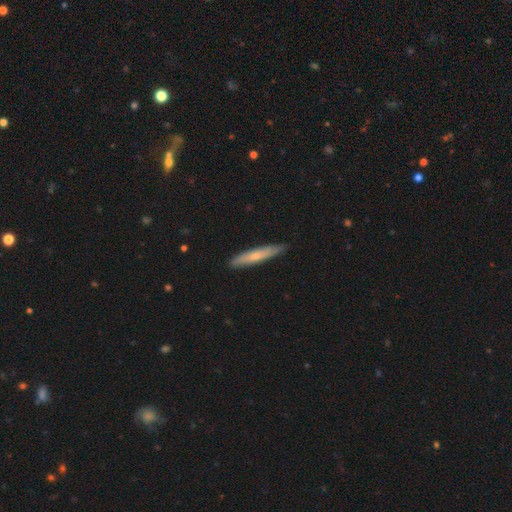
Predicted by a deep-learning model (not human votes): Overall: smooth (61%; featured or disk 34%). How rounded: cigar-shaped (92%). Merging: none (88%).